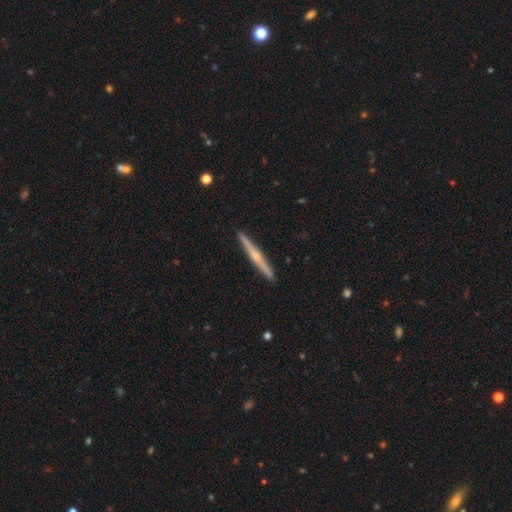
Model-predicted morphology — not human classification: type=featured or disk (66%); edge-on=yes (98%); edge-on bulge=rounded (66%); merging=none (92%).